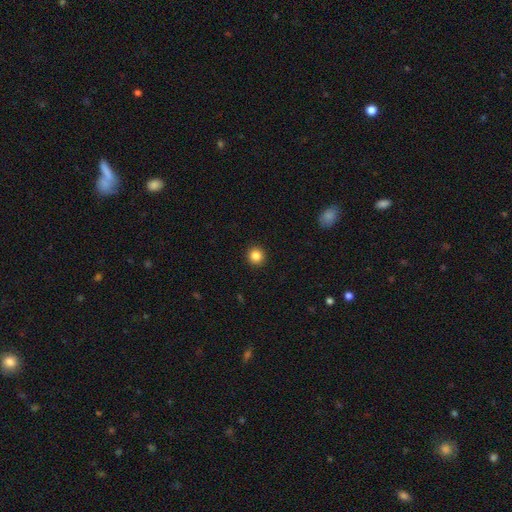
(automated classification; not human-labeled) Smooth or featured? Predicted: smooth (p=0.85). How rounded? Predicted: round (p=0.94). Merging? Predicted: none (p=0.93).